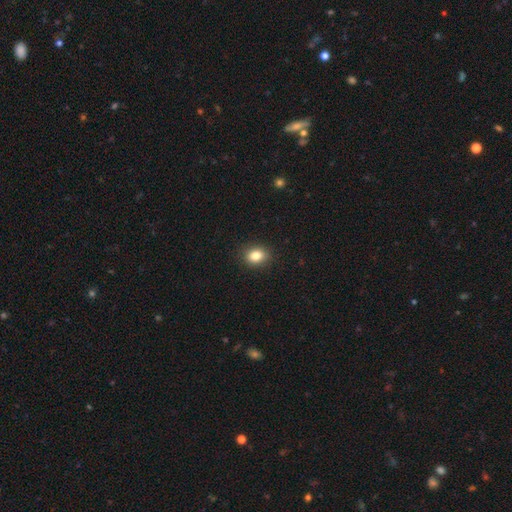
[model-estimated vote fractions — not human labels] smooth_or_featured: smooth (p=0.84) [alt: star or artifact p=0.10]
how_rounded: in between (p=0.56) [alt: round p=0.43]
merging: none (p=0.89) [alt: minor disturbance p=0.08]